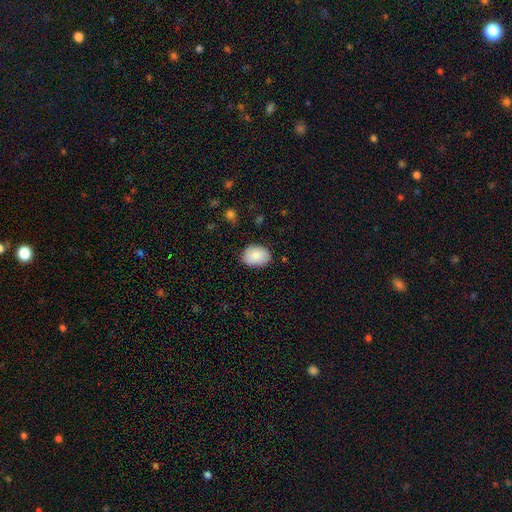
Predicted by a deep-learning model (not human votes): Smooth or featured?
  - smooth: 88% *
  - star or artifact: 6%
  - featured or disk: 6%
How rounded?
  - in between: 71% *
  - round: 28%
  - cigar-shaped: 1%
Merging?
  - none: 82% *
  - minor disturbance: 15%
  - major disturbance: 3%
  - merger: 1%